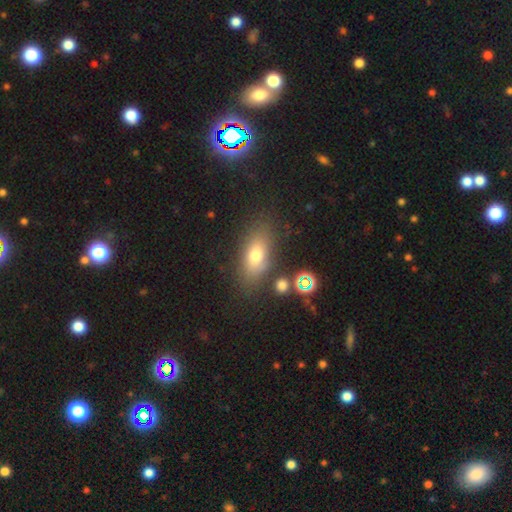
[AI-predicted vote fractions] Overall: smooth (70%). How rounded: in between (82%). Merging: none (74%).